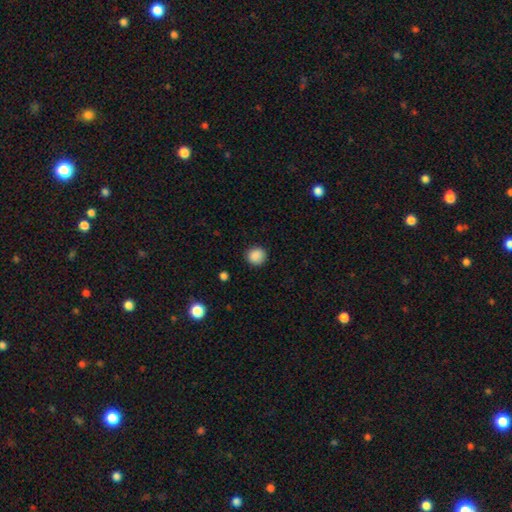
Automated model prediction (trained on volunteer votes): The model was most divided on "smooth or featured": smooth: 88%, star or artifact: 9%, featured or disk: 3%. More confident: merging — none (91%); how rounded — round (90%).